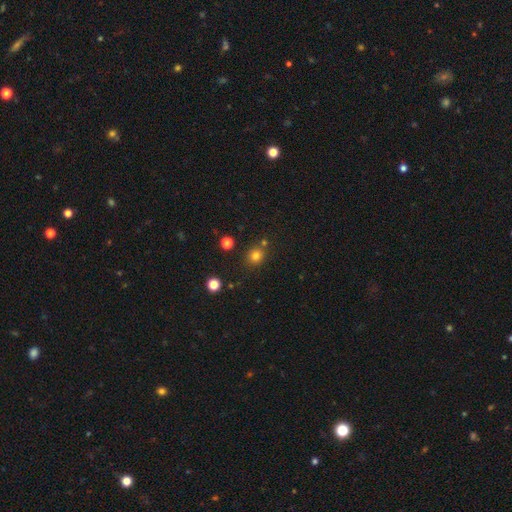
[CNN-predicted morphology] smooth 78%, star or artifact 16%, featured or disk 6%. Down the decision tree: how rounded — round (82%); merging — none (78%).